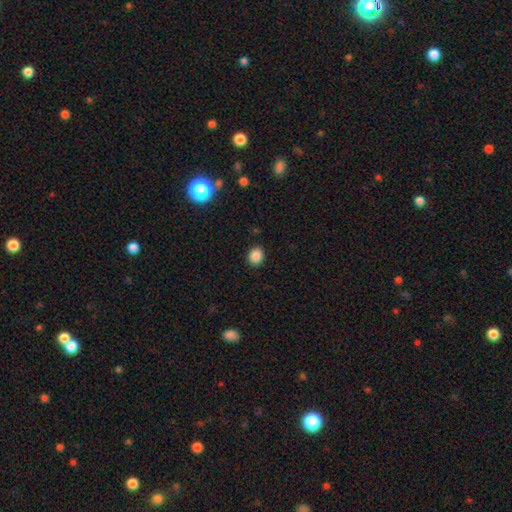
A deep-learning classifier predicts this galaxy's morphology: This appears to be a smooth galaxy with no disk features (86%) that is round (69%). Merging: none (89%).